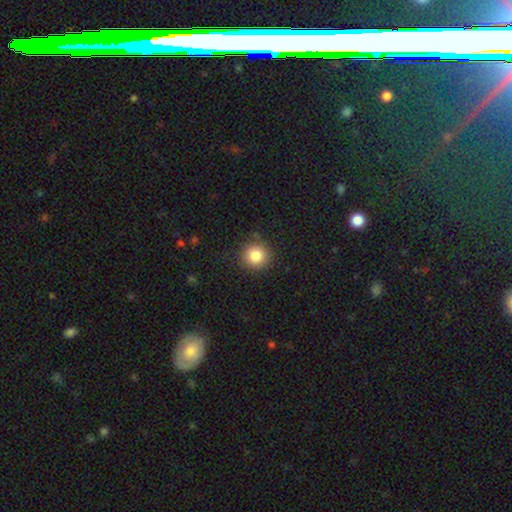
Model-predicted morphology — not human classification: Smooth or featured: smooth — 84% (star or artifact — 10%)
How rounded: round — 93% (in between — 6%)
Merging: none — 88% (minor disturbance — 8%)